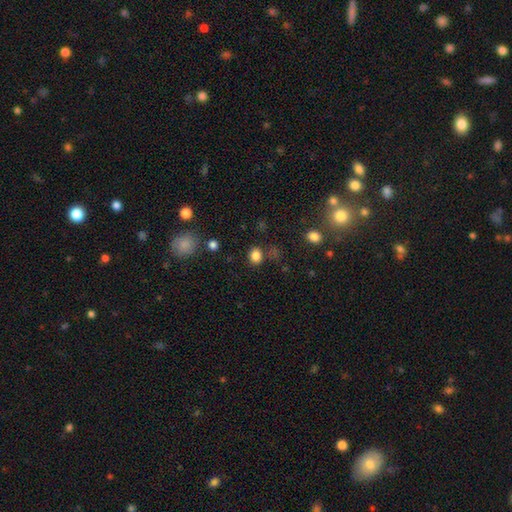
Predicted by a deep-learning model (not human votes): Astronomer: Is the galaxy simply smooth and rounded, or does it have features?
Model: smooth — 83%.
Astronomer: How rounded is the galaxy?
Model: round — 58% (runner-up: in between, 41%).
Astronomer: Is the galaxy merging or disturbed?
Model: none — 80%.